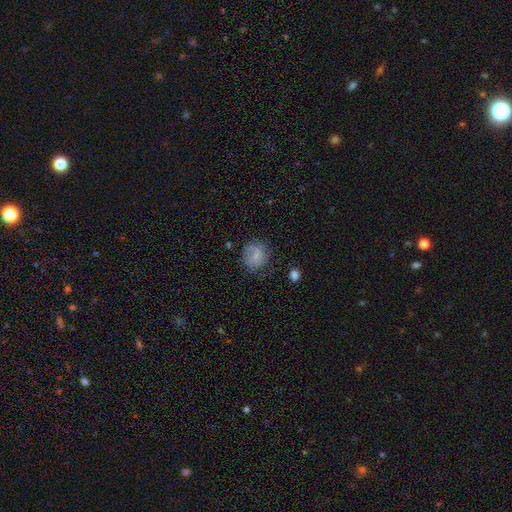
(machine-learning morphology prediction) smooth-or-featured: smooth: 69% | featured or disk: 21% | star or artifact: 10%
  how-rounded: round: 78% | in between: 21% | cigar-shaped: 1%
  merging: none: 66% | minor disturbance: 22% | major disturbance: 9% | merger: 3%